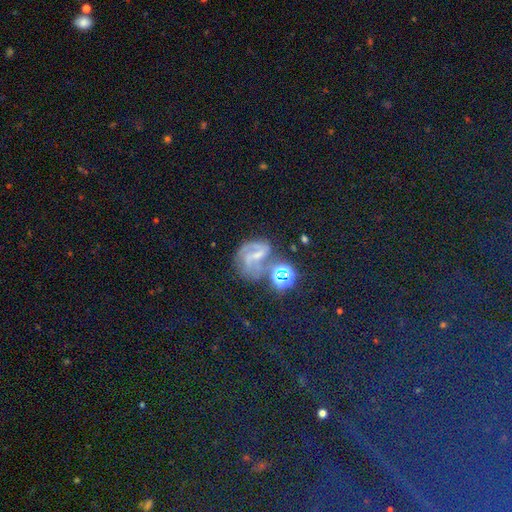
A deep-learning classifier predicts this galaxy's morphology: Overall: featured or disk (59%; star or artifact 24%). Edge-on disk: no (97%). Bar: weak (45%; no 30%). Spiral arms: yes (87%). Bulge size: small (57%; moderate 22%). Merging: none (45%; major disturbance 21%).